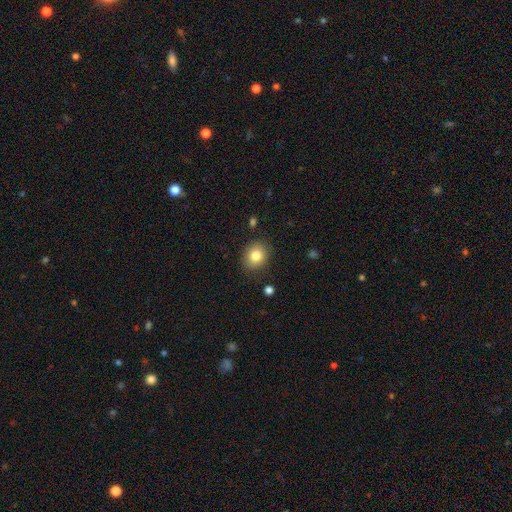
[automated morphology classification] The model was most divided on "how rounded": round: 63%, in between: 36%, cigar-shaped: 1%. More confident: merging — none (86%); smooth or featured — smooth (81%).